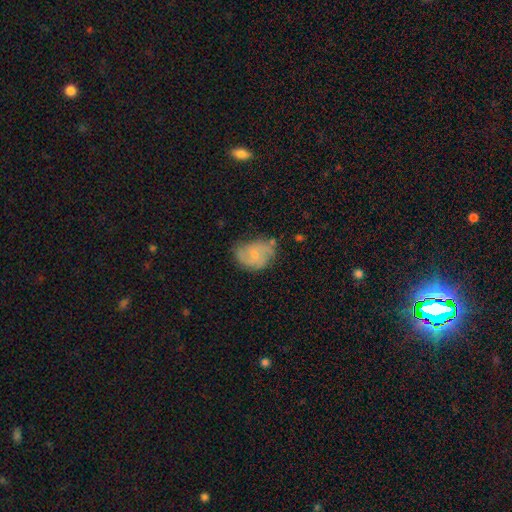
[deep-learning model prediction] A featured or disk galaxy (59%) with no bar (51%), spiral arms (83%) and a small central bulge (64%). Merging: none (55%).